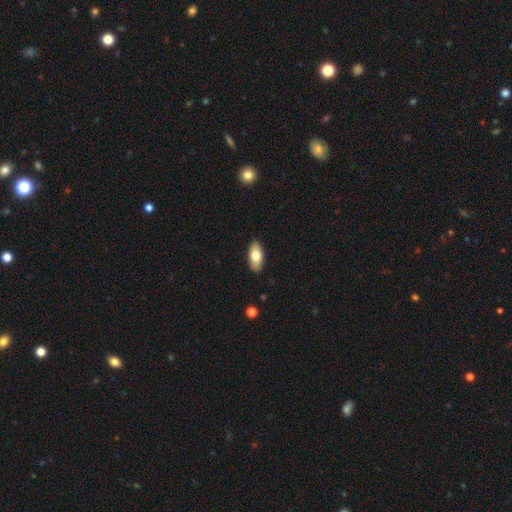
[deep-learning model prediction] The model was most divided on "smooth or featured": smooth: 76%, featured or disk: 18%, star or artifact: 6%. More confident: how rounded — in between (90%); merging — none (88%).